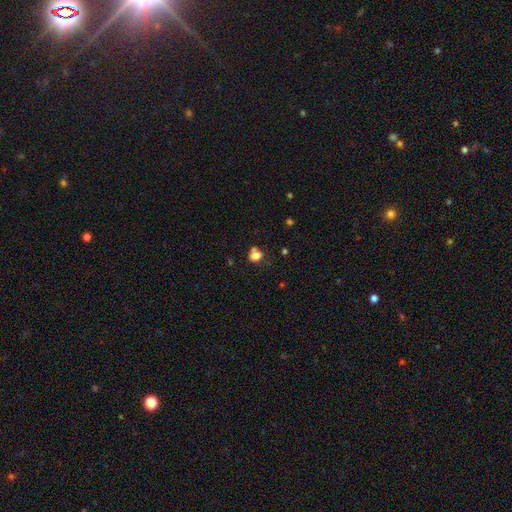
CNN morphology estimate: This is likely a smooth galaxy (77%). How rounded: possibly round (53%). Merging: possibly none (48%).